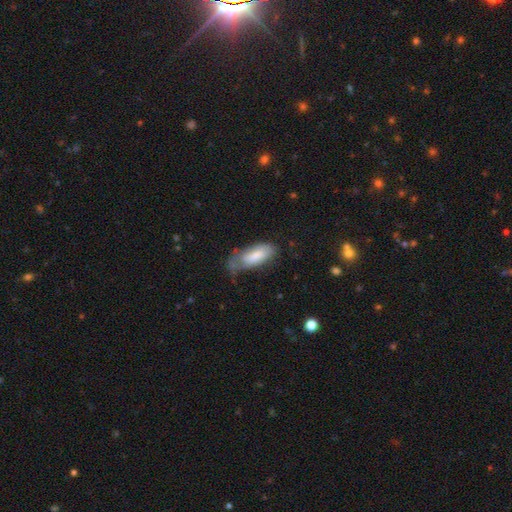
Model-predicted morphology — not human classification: The model was most divided on "merging": minor disturbance: 39%, none: 37%, major disturbance: 21%, merger: 3%. More confident: how rounded — in between (83%); smooth or featured — smooth (73%).